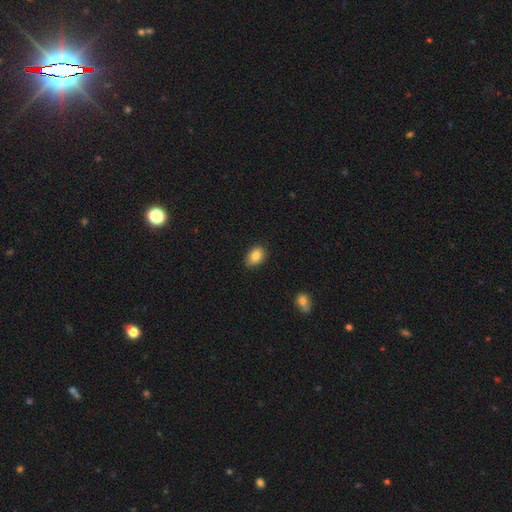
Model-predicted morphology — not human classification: Smooth or featured?
  - smooth: 85% *
  - star or artifact: 8%
  - featured or disk: 6%
How rounded?
  - in between: 81% *
  - round: 18%
  - cigar-shaped: 1%
Merging?
  - none: 85% *
  - minor disturbance: 12%
  - major disturbance: 2%
  - merger: 1%